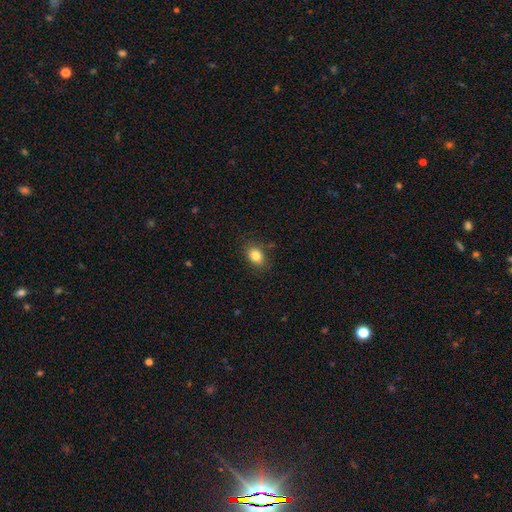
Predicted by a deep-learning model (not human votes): smooth 84%, star or artifact 9%, featured or disk 7%. Down the decision tree: how rounded — in between (75%); merging — none (83%).